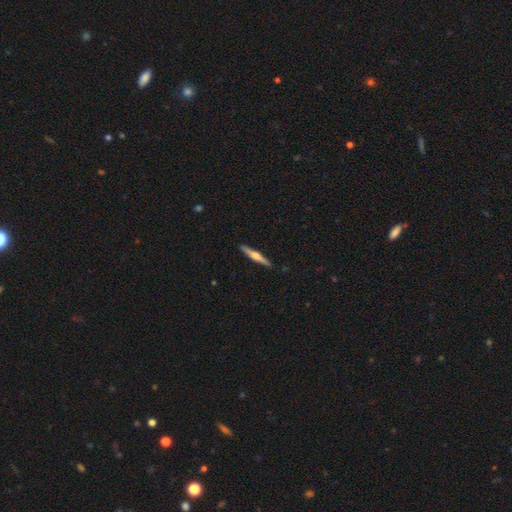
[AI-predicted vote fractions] This appears to be a featured or disk galaxy (66%) viewed edge-on (98%) with a rounded central bulge (88%). Merging: none (91%).